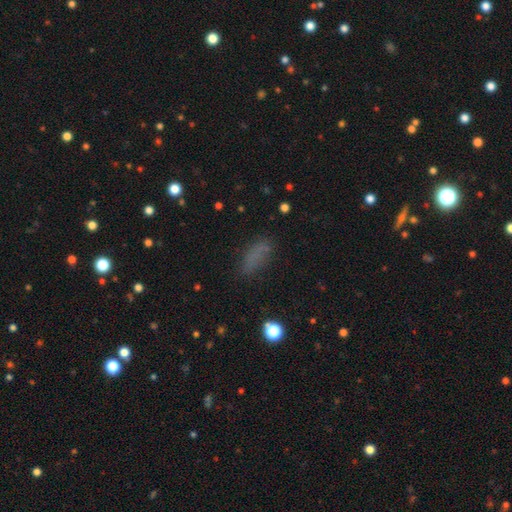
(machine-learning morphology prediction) Overall: smooth (74%). How rounded: in between (65%; cigar-shaped 30%). Merging: none (73%).